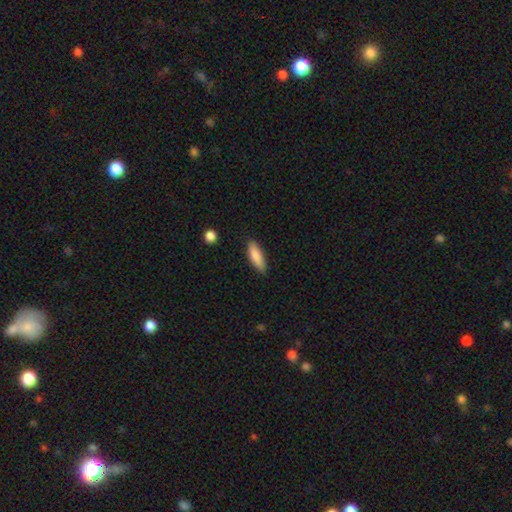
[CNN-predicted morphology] Q: Smooth or featured?
A: smooth (83%); runner-up: featured or disk (11%)
Q: How rounded?
A: in between (52%); runner-up: cigar-shaped (46%)
Q: Merging?
A: none (86%); runner-up: minor disturbance (10%)